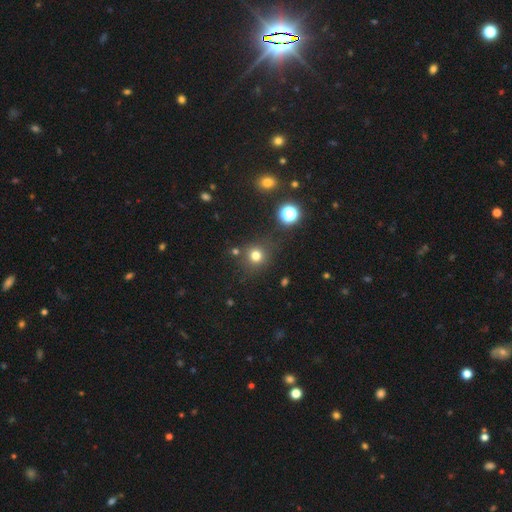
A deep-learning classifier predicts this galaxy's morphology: The model was most divided on "smooth or featured": smooth: 73%, star or artifact: 20%, featured or disk: 6%. More confident: how rounded — round (91%); merging — none (83%).